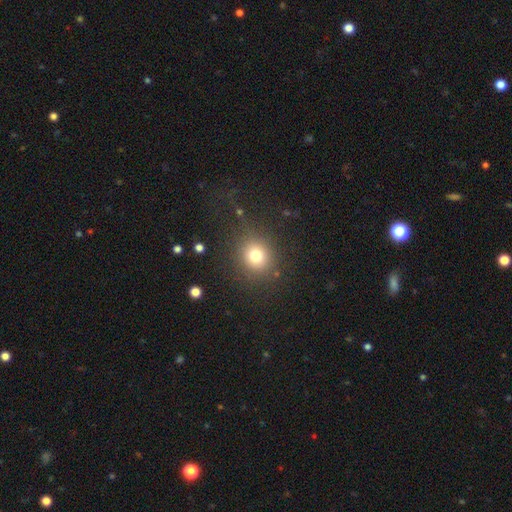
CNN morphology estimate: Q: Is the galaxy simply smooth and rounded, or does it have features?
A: smooth — 76%.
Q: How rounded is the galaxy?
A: round — 84%.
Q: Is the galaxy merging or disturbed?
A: none — 83%.